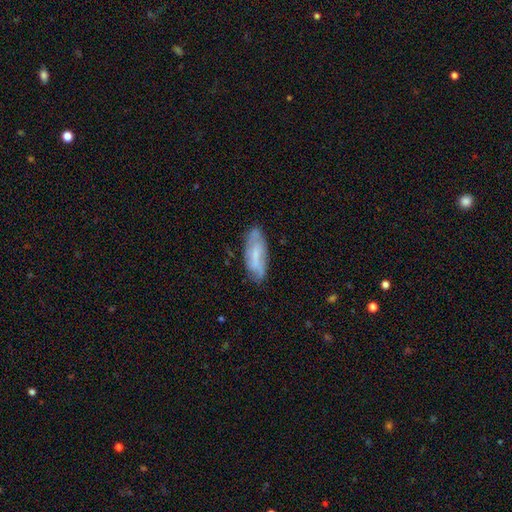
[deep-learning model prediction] The model was most divided on "smooth or featured": smooth: 48%, featured or disk: 45%, star or artifact: 7%. More confident: merging — none (66%).